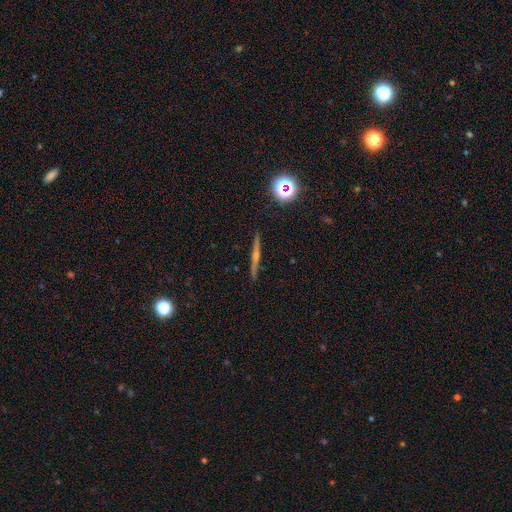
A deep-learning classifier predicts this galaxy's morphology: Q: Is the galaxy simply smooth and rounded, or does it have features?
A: featured or disk — 51%.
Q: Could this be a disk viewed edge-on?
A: yes — 91%.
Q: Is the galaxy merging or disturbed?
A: none — 87%.